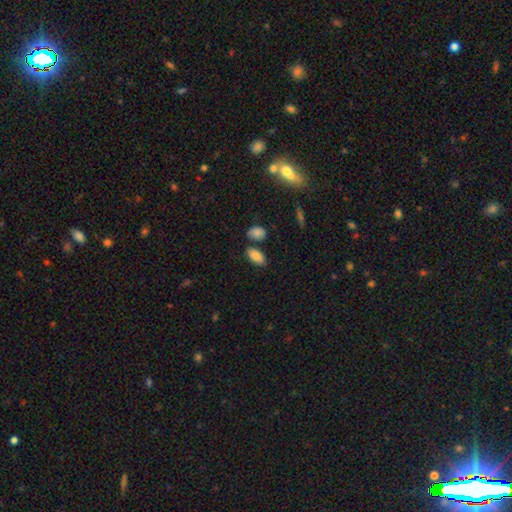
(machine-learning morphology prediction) smooth 84%, featured or disk 9%, star or artifact 7%. Down the decision tree: how rounded — in between (92%); merging — none (78%).